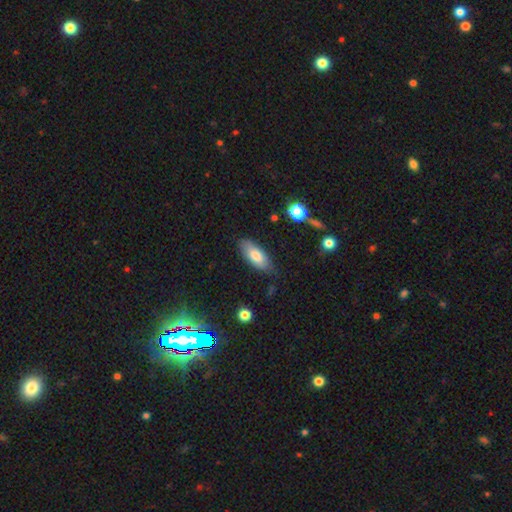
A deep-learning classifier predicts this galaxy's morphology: A smooth galaxy with no disk features (74%) that is in between round and cigar-shaped (83%).

Vote fractions:
- Smooth or featured? smooth: 74% / featured or disk: 19% / star or artifact: 7%
- How rounded? in between: 83% / cigar-shaped: 15% / round: 2%
- Merging? none: 79% / minor disturbance: 16% / major disturbance: 3% / merger: 2%